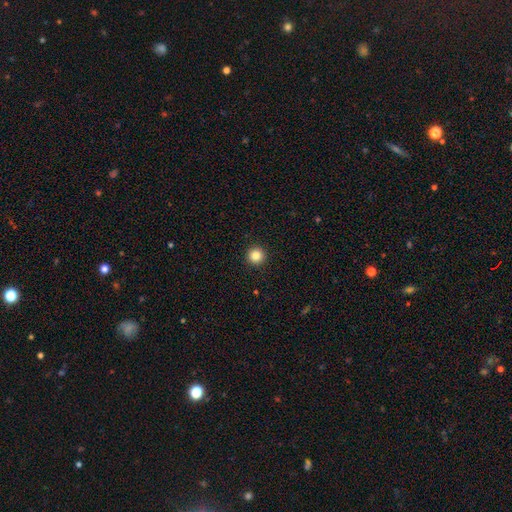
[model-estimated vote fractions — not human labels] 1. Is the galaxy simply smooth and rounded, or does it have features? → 85% smooth, 11% star or artifact, 4% featured or disk.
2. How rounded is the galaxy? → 96% round, 3% in between, 1% cigar-shaped.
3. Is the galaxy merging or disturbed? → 94% none, 4% minor disturbance, 2% major disturbance, 1% merger.